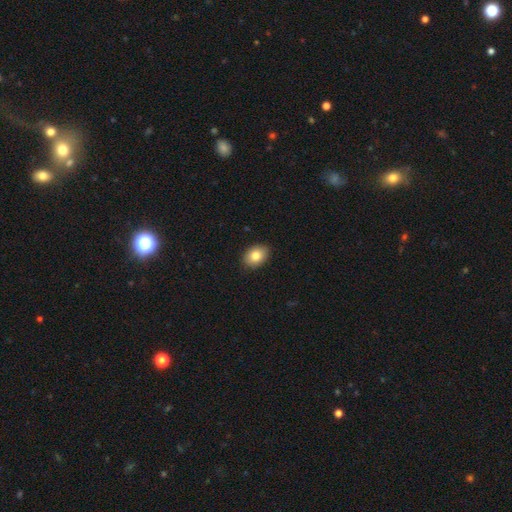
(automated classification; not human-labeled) The model was most divided on "how rounded": in between: 74%, round: 25%, cigar-shaped: 1%. More confident: merging — none (88%); smooth or featured — smooth (83%).